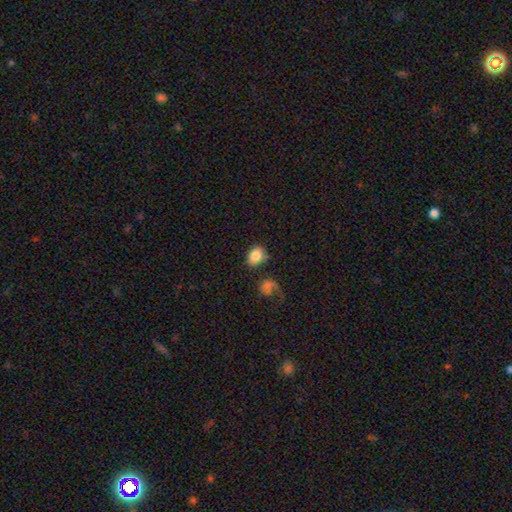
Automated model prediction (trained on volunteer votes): smooth 83%, featured or disk 9%, star or artifact 8%. Down the decision tree: how rounded — in between (65%); merging — none (68%).